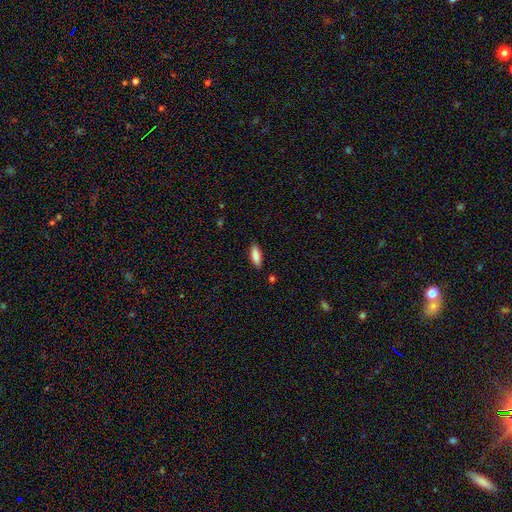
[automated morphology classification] This is clearly a smooth galaxy (87%). How rounded: likely in between (63%). Merging: clearly none (88%).